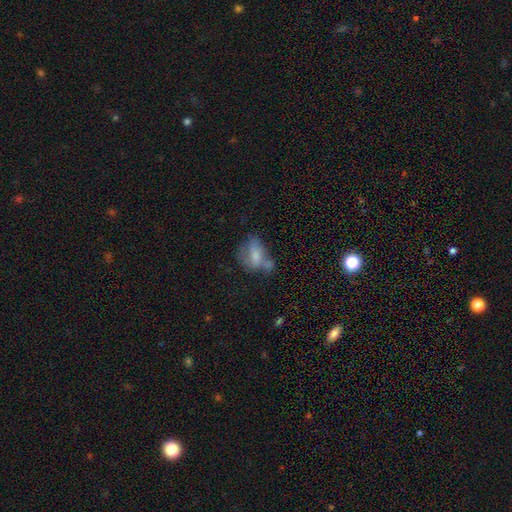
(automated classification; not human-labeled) A smooth galaxy with no disk features (57%) that is in between round and cigar-shaped (77%). Merging: merger (31%).